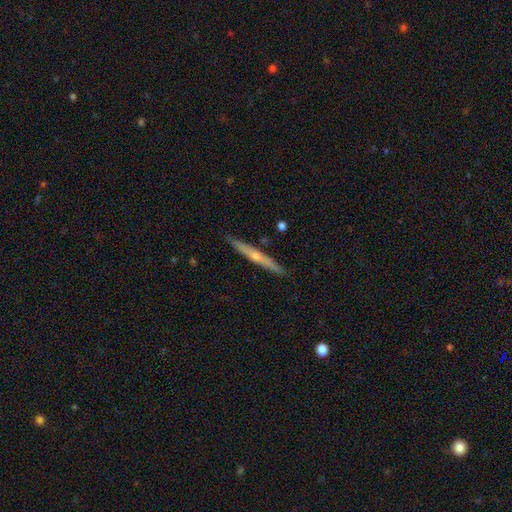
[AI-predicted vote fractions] Smooth or featured? featured or disk (63%)
Edge-on disk? yes (97%)
Edge-on bulge? rounded (69%)
Merging? none (90%)